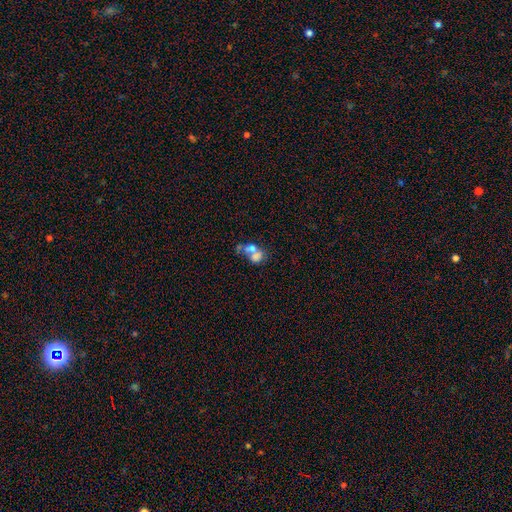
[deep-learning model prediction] This appears to be a smooth galaxy with no disk features (54%) that is in between round and cigar-shaped (65%). Merging: merger (63%).